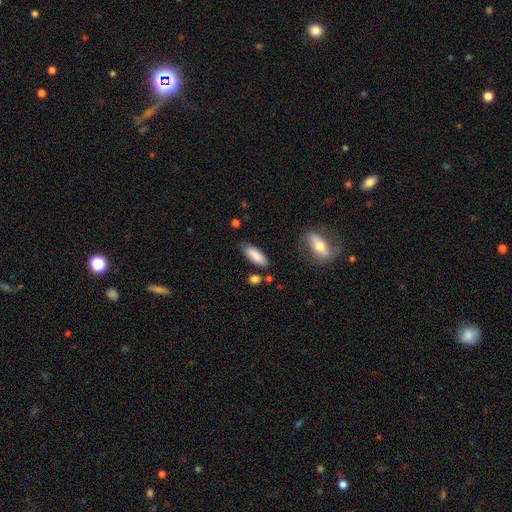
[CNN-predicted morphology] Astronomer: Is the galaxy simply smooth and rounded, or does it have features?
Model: smooth — 84%.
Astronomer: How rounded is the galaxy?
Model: in between — 73%.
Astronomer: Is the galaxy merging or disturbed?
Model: none — 75%.